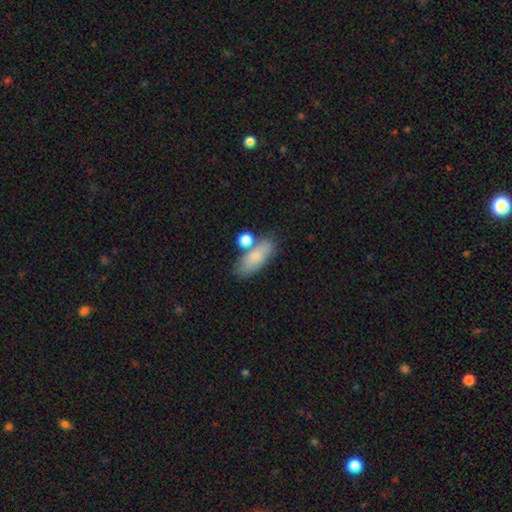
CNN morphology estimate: Smooth or featured? Predicted: smooth (p=0.78). How rounded? Predicted: in between (p=0.78). Merging? Predicted: none (p=0.60).